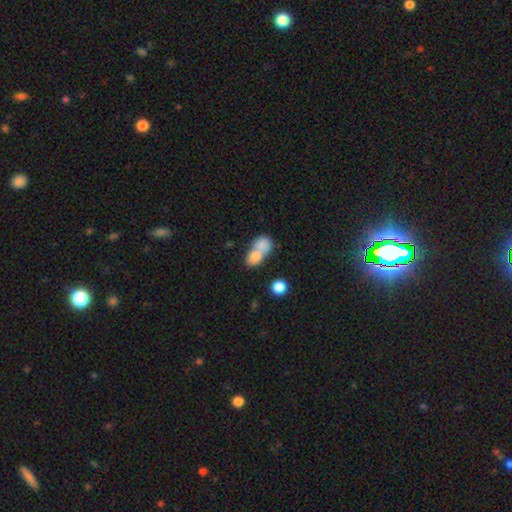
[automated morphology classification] This appears to be a smooth galaxy with no disk features (77%) that is in between round and cigar-shaped (68%). Merging: merger (72%).